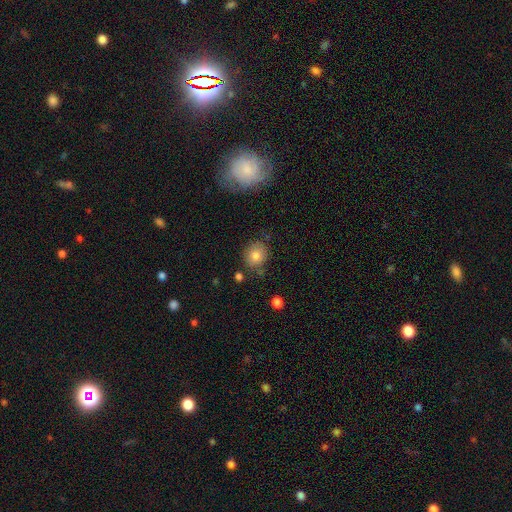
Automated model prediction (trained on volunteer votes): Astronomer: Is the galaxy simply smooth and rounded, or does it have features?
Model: smooth — 81%.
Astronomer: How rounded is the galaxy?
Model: round — 72%.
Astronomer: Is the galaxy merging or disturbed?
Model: none — 73%.